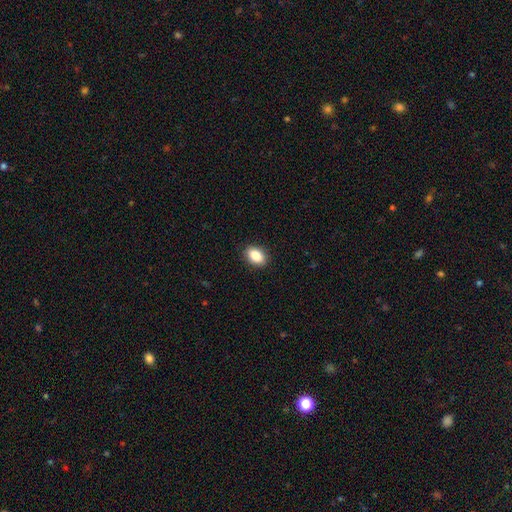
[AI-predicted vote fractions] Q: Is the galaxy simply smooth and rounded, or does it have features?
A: smooth — 87%.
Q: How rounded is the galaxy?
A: in between — 85%.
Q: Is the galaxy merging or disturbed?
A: none — 90%.